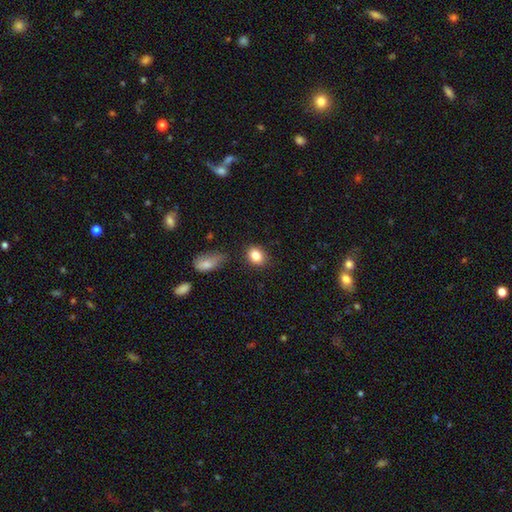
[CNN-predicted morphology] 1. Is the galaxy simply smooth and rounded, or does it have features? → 84% smooth, 9% star or artifact, 7% featured or disk.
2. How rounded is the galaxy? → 54% in between, 44% round, 1% cigar-shaped.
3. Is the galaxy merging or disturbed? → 81% none, 13% minor disturbance, 3% merger, 3% major disturbance.